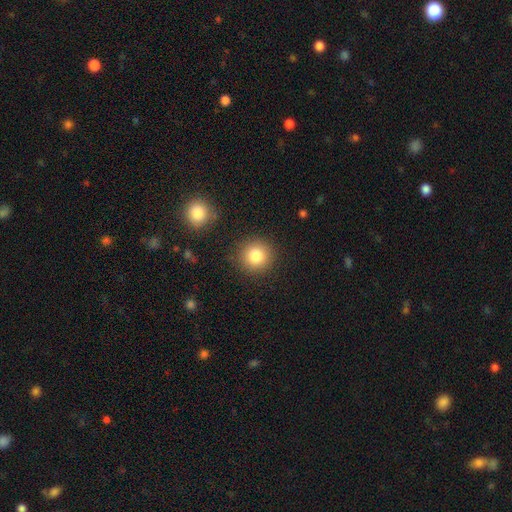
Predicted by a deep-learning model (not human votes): smooth_or_featured: smooth (p=0.81) [alt: star or artifact p=0.11]
how_rounded: round (p=0.92) [alt: in between p=0.07]
merging: none (p=0.88) [alt: minor disturbance p=0.07]